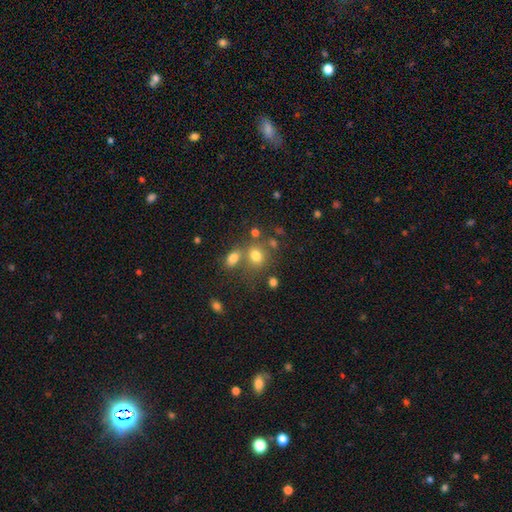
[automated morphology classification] Smooth or featured?
  - smooth: 74% *
  - star or artifact: 15%
  - featured or disk: 10%
How rounded?
  - round: 65% *
  - in between: 34%
  - cigar-shaped: 1%
Merging?
  - none: 53% *
  - merger: 30%
  - minor disturbance: 11%
  - major disturbance: 5%